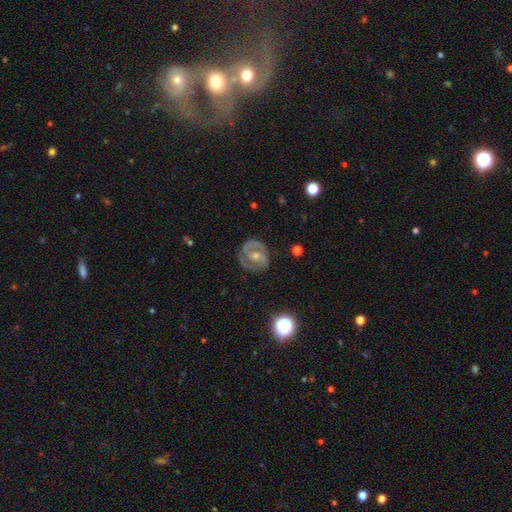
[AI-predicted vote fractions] Overall: featured or disk (77%). Edge-on disk: no (97%). Bar: no (49%; weak 36%). Spiral arms: yes (83%). Spiral arm count: 2 (60%). Spiral winding: tight (57%; medium 34%). Bulge size: moderate (54%; small 42%). Merging: none (76%).